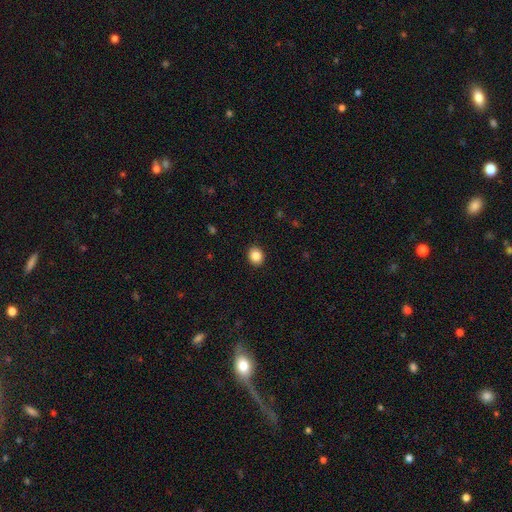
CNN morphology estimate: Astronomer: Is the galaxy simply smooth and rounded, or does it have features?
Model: smooth — 86%.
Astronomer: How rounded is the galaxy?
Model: round — 69%.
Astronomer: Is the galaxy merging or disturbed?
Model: none — 91%.